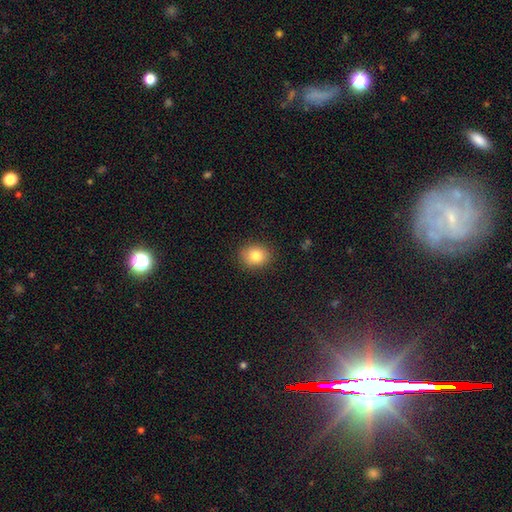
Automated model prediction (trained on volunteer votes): A smooth galaxy with no disk features (82%) that is round (62%). Merging: none (88%).